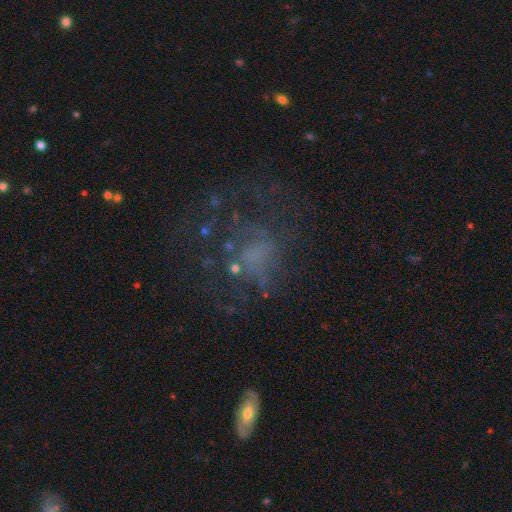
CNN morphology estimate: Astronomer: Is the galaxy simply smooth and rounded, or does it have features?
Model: featured or disk — 47% (runner-up: smooth, 28%).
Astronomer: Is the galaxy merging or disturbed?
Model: none — 46% (runner-up: major disturbance, 33%).